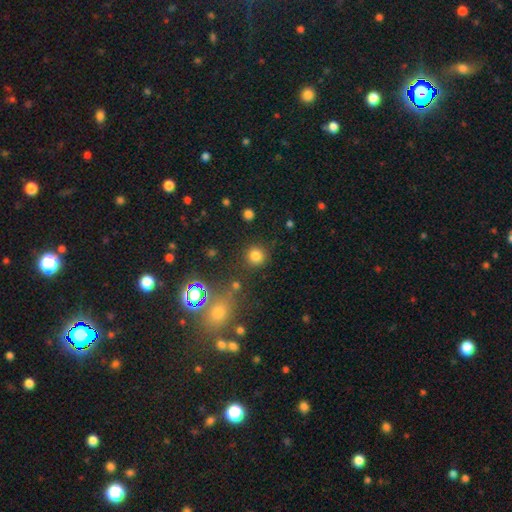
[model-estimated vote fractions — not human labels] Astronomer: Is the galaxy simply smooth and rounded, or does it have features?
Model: smooth — 79%.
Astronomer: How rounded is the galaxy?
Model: round — 93%.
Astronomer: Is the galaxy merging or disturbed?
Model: none — 86%.